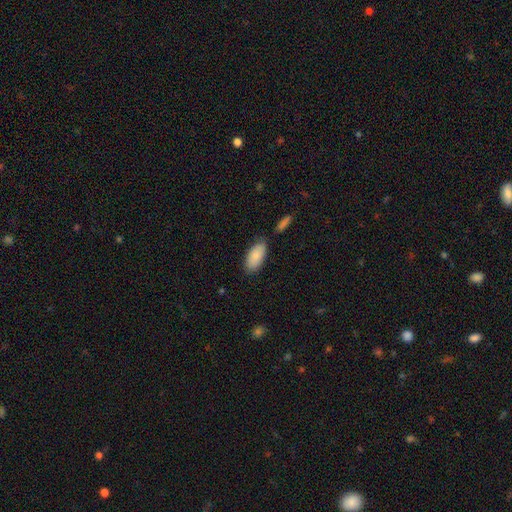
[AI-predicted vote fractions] smooth-or-featured: smooth: 86% | featured or disk: 8% | star or artifact: 6%
  how-rounded: in between: 91% | cigar-shaped: 7% | round: 2%
  merging: none: 74% | minor disturbance: 16% | merger: 7% | major disturbance: 3%